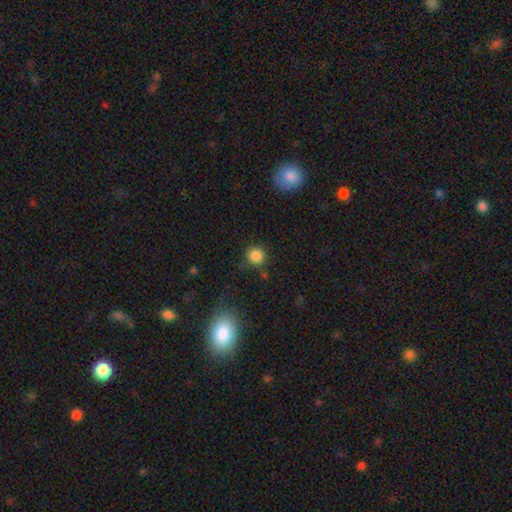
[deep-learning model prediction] Smooth or featured?
  - smooth: 84% *
  - star or artifact: 12%
  - featured or disk: 4%
How rounded?
  - round: 93% *
  - in between: 6%
  - cigar-shaped: 1%
Merging?
  - none: 81% *
  - minor disturbance: 11%
  - major disturbance: 4%
  - merger: 4%